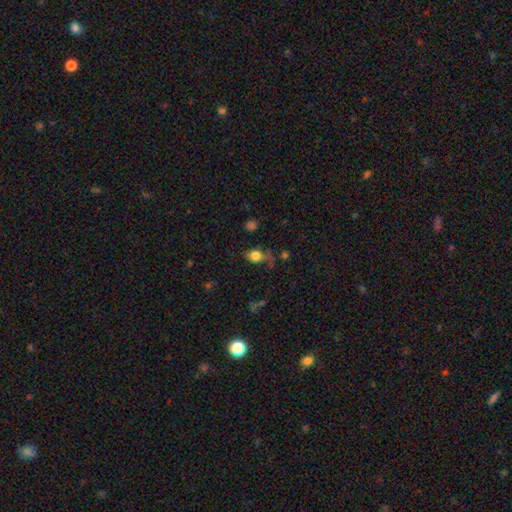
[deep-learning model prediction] Overall: smooth (79%). How rounded: in between (54%; round 43%). Merging: none (51%; minor disturbance 26%).